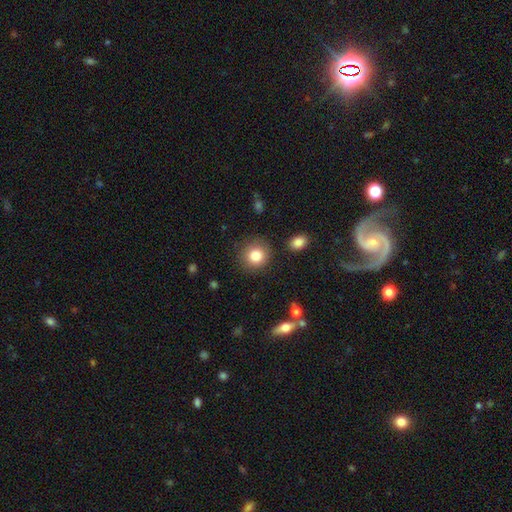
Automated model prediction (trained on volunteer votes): A smooth galaxy with no disk features (83%) that is round (89%).

Vote fractions:
- Smooth or featured? smooth: 83% / star or artifact: 10% / featured or disk: 8%
- How rounded? round: 89% / in between: 10% / cigar-shaped: 1%
- Merging? none: 84% / minor disturbance: 9% / major disturbance: 3% / merger: 3%